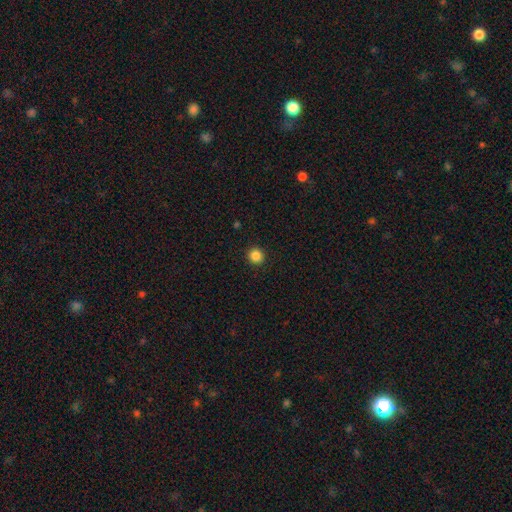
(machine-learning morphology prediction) This appears to be a smooth galaxy with no disk features (86%) that is round (94%). Merging: none (93%).